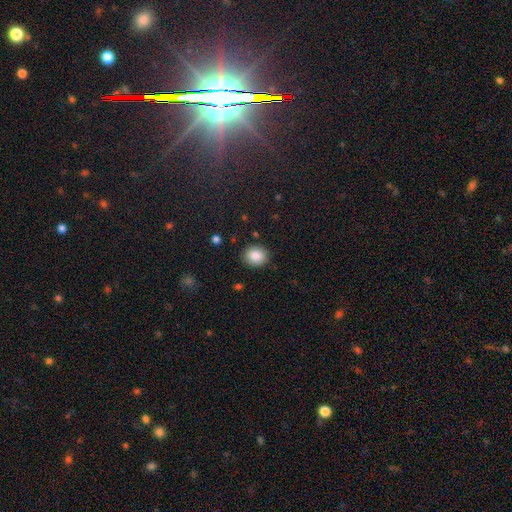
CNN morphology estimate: smooth_or_featured: smooth (p=0.85) [alt: star or artifact p=0.09]
how_rounded: round (p=0.71) [alt: in between p=0.28]
merging: none (p=0.89) [alt: minor disturbance p=0.08]